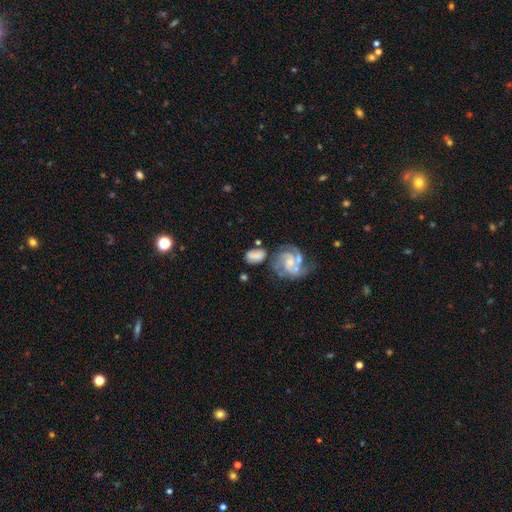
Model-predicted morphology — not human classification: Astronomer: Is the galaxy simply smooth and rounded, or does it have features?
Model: smooth — 46% (runner-up: featured or disk, 45%).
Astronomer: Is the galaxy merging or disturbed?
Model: none — 38% (runner-up: merger, 27%).